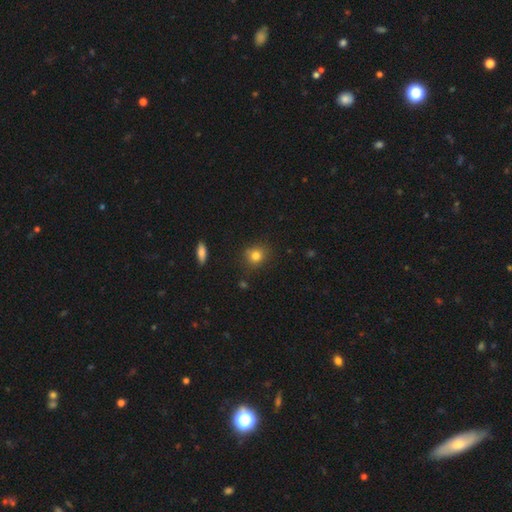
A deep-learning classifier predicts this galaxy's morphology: This appears to be a smooth galaxy with no disk features (81%) that is round (80%). Merging: none (83%).